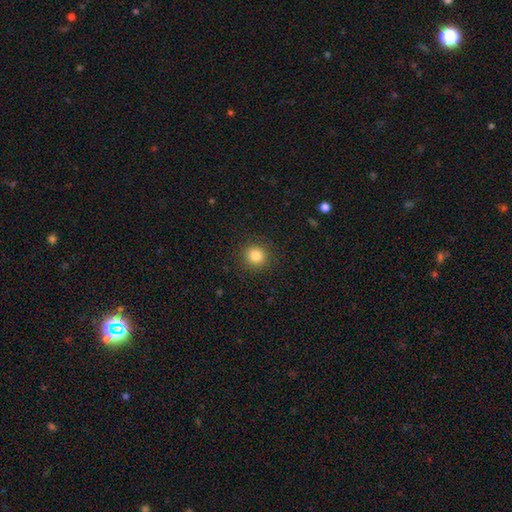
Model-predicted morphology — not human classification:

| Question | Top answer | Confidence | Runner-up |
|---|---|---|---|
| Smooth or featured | smooth | 84% | star or artifact (11%) |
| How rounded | round | 92% | in between (7%) |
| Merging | none | 91% | minor disturbance (6%) |